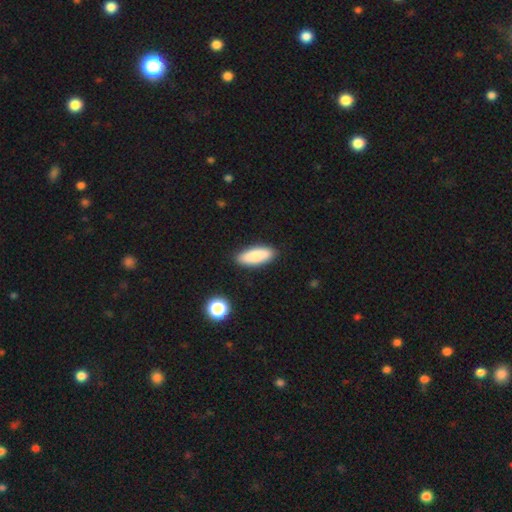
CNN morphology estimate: Smooth or featured? Predicted: smooth (p=0.85). How rounded? Predicted: in between (p=0.67). Merging? Predicted: none (p=0.87).